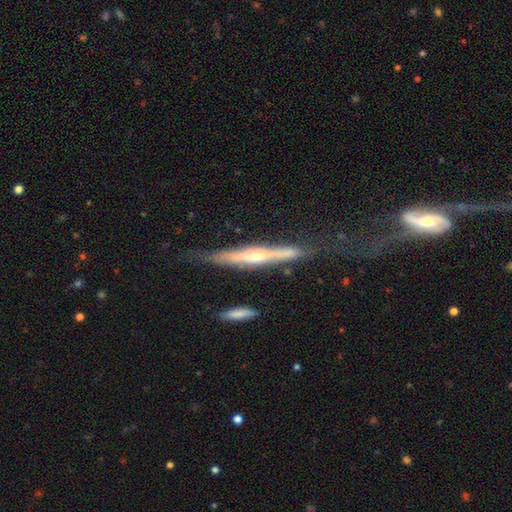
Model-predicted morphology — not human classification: Q: Smooth or featured?
A: featured or disk (75%); runner-up: smooth (19%)
Q: Edge-on disk?
A: yes (93%); runner-up: no (7%)
Q: Edge-on bulge?
A: rounded (70%); runner-up: none (23%)
Q: Merging?
A: none (59%); runner-up: minor disturbance (24%)